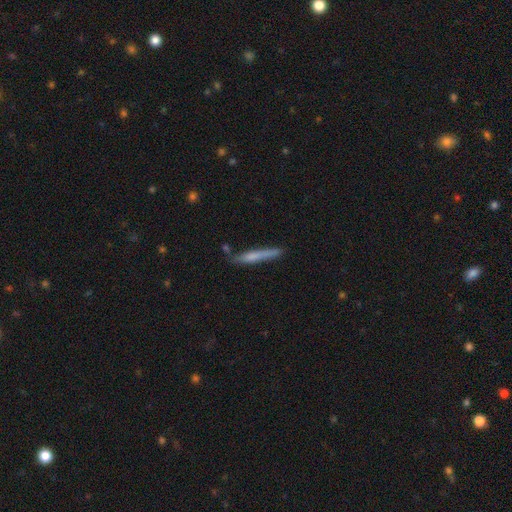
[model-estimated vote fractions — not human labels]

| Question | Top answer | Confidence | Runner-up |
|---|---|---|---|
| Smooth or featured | smooth | 62% | featured or disk (32%) |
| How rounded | cigar-shaped | 95% | in between (3%) |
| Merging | none | 77% | minor disturbance (16%) |